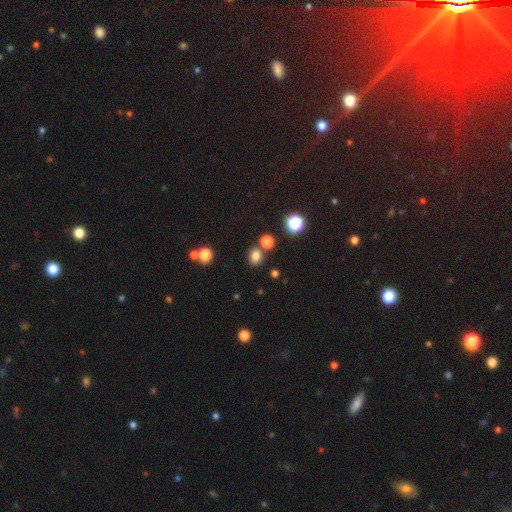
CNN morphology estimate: A smooth galaxy with no disk features (78%) that is round (64%). Merging: none (73%).